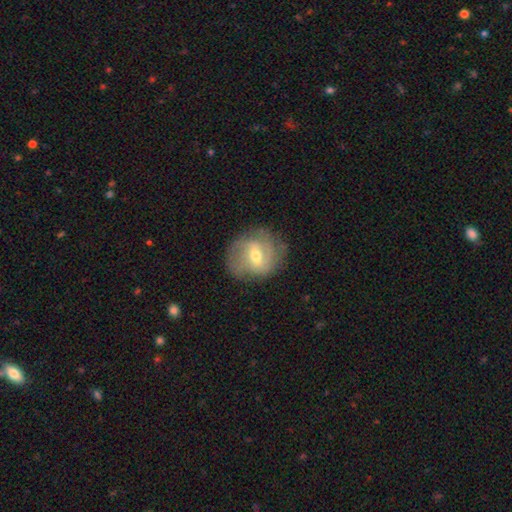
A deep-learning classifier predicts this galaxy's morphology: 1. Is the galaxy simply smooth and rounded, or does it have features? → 67% featured or disk, 25% smooth, 8% star or artifact.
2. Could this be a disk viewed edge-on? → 96% no, 4% yes.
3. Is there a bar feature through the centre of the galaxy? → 53% weak, 26% strong, 21% no.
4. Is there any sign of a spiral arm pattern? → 79% yes, 21% no.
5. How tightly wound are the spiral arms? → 39% tight (tied), 39% medium (tied), 21% loose.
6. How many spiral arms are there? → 51% 2, 28% can't tell, 11% 3, 4% 1, 3% 4, 2% more than 4.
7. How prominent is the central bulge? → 63% moderate, 32% small, 3% large, 1% none, 1% dominant.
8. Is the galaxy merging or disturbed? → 74% none, 18% minor disturbance, 7% major disturbance, 1% merger.